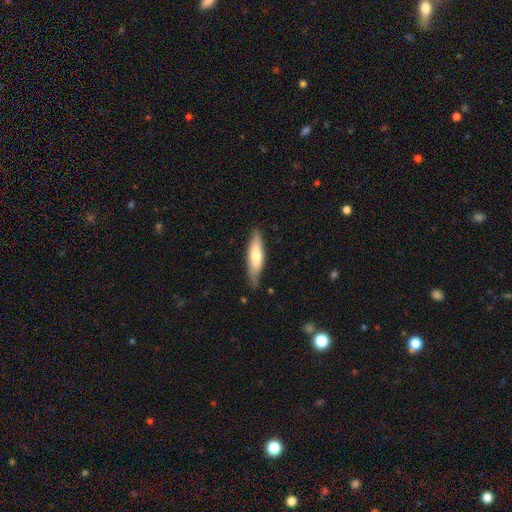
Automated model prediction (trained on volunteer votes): The model was most divided on "smooth or featured": smooth: 63%, featured or disk: 32%, star or artifact: 5%. More confident: merging — none (76%); how rounded — cigar-shaped (69%).